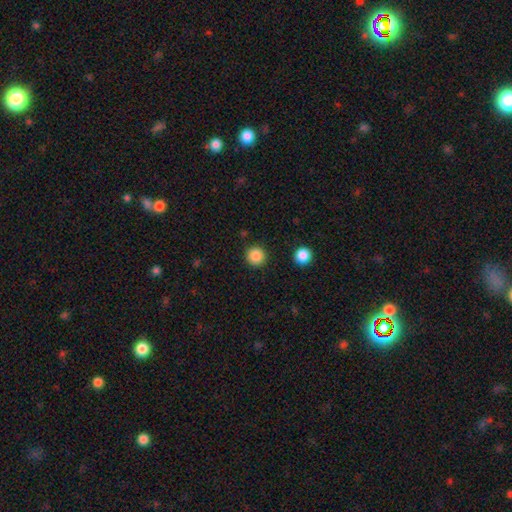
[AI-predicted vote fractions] Smooth or featured: smooth — 86% (star or artifact — 10%)
How rounded: round — 95% (in between — 4%)
Merging: none — 91% (minor disturbance — 5%)